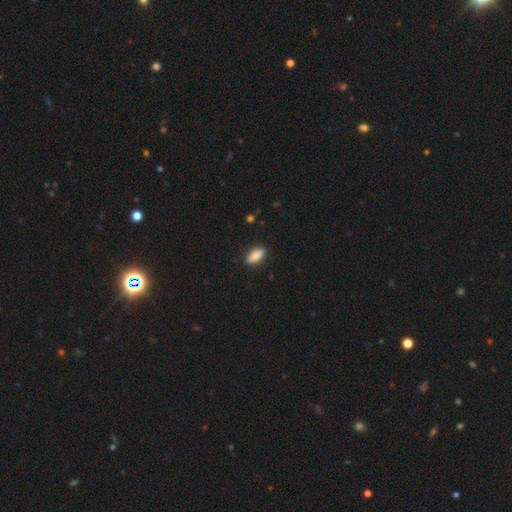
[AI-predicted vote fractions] This appears to be a smooth galaxy with no disk features (82%) that is in between round and cigar-shaped (79%). Merging: none (87%).